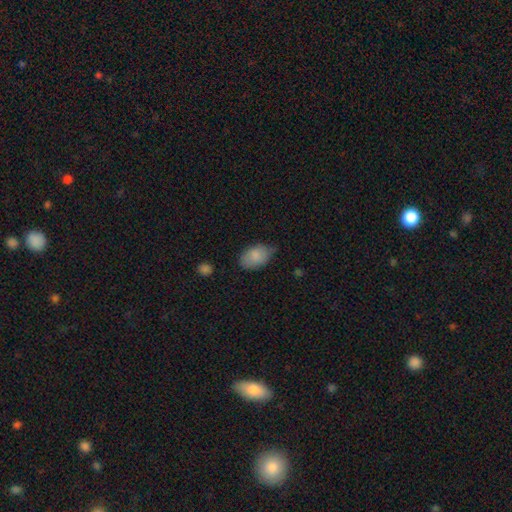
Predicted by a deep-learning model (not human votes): Smooth or featured?
  - smooth: 85% *
  - featured or disk: 9%
  - star or artifact: 7%
How rounded?
  - in between: 91% *
  - round: 8%
  - cigar-shaped: 1%
Merging?
  - none: 61% *
  - minor disturbance: 31%
  - major disturbance: 6%
  - merger: 2%